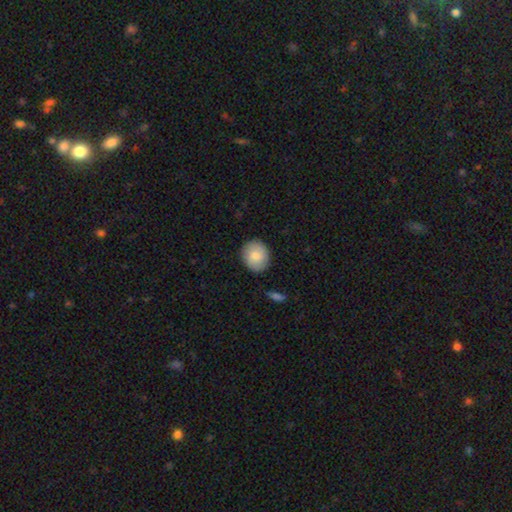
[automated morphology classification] Overall: smooth (79%). How rounded: round (69%; in between 30%). Merging: none (87%).